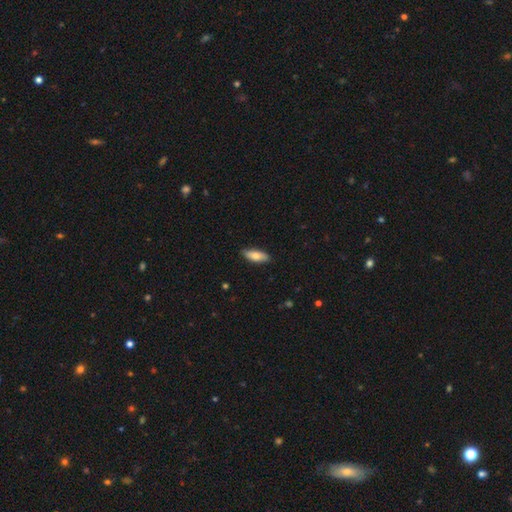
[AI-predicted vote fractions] Smooth or featured: smooth — 77% (featured or disk — 17%)
How rounded: in between — 74% (cigar-shaped — 24%)
Merging: none — 86% (minor disturbance — 11%)